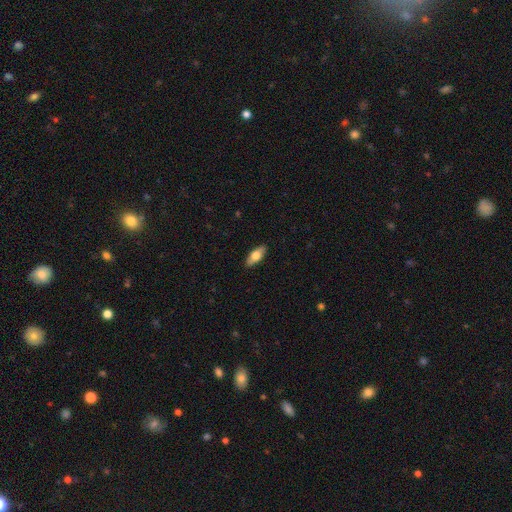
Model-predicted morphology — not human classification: A smooth galaxy with no disk features (66%) that is in between round and cigar-shaped (77%).

Vote fractions:
- Smooth or featured? smooth: 66% / featured or disk: 28% / star or artifact: 6%
- How rounded? in between: 77% / cigar-shaped: 21% / round: 3%
- Merging? none: 89% / minor disturbance: 9% / major disturbance: 2% / merger: 1%